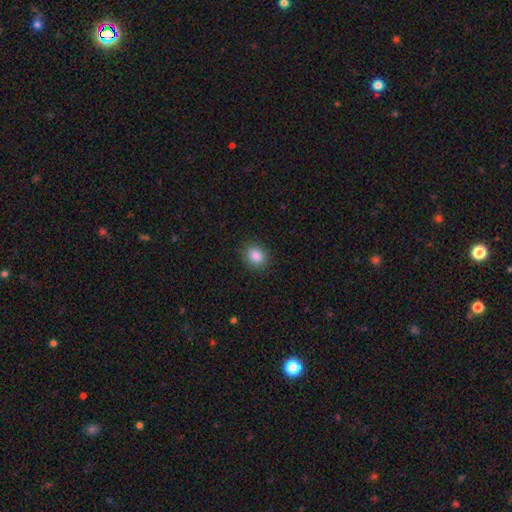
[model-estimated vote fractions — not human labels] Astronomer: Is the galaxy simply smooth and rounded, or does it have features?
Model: smooth — 87%.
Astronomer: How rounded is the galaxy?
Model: round — 69%.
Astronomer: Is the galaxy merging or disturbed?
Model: none — 87%.